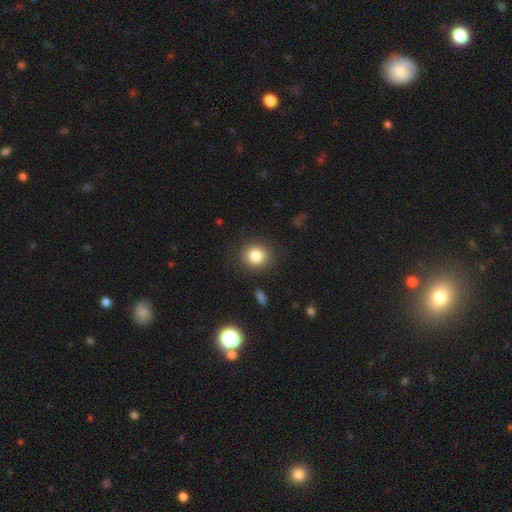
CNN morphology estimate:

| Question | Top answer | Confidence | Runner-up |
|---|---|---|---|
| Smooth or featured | smooth | 83% | star or artifact (10%) |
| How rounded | round | 86% | in between (13%) |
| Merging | none | 87% | minor disturbance (8%) |